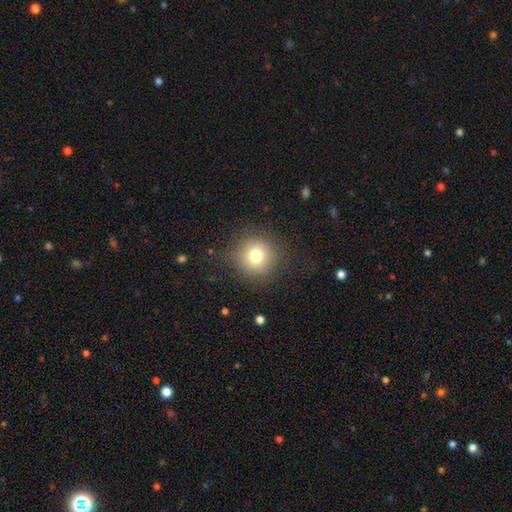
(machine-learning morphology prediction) Q: Smooth or featured?
A: smooth (77%); runner-up: star or artifact (13%)
Q: How rounded?
A: round (93%); runner-up: in between (6%)
Q: Merging?
A: none (86%); runner-up: minor disturbance (9%)